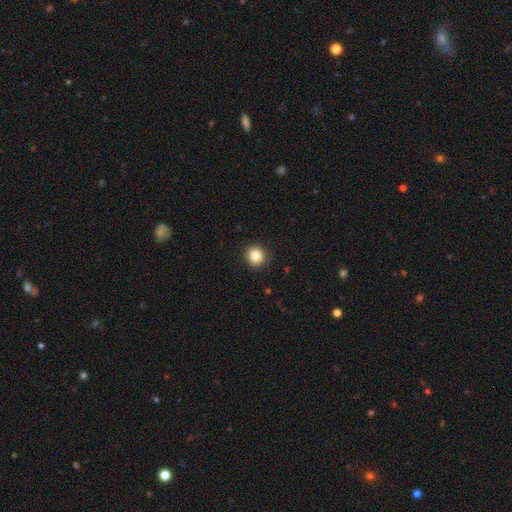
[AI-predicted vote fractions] Smooth or featured? smooth (84%)
How rounded? round (91%)
Merging? none (91%)